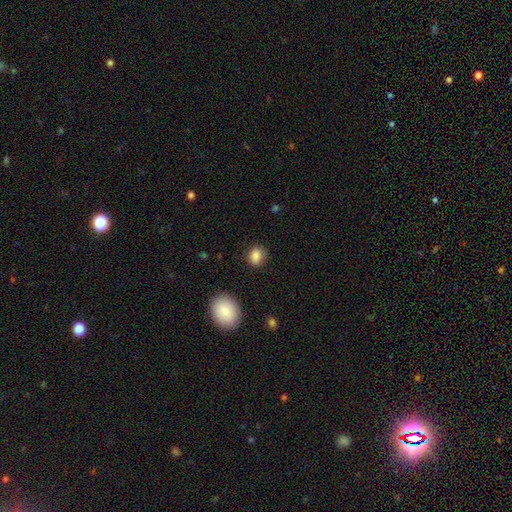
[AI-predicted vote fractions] The model was most divided on "how rounded": in between: 50%, round: 49%, cigar-shaped: 1%. More confident: smooth or featured — smooth (86%); merging — none (82%).